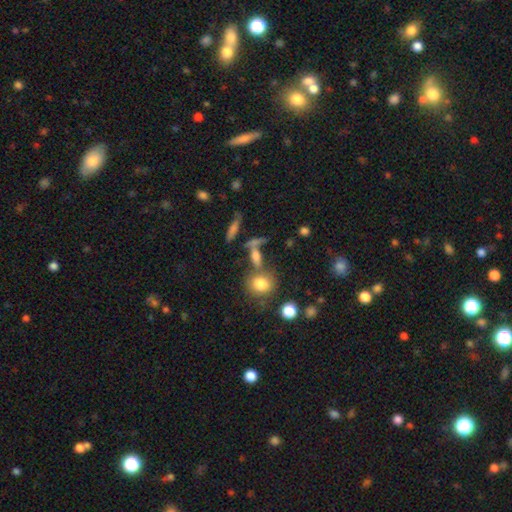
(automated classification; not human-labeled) Smooth or featured: smooth — 66% (featured or disk — 18%)
How rounded: in between — 42% (round — 38%)
Merging: none — 53% (merger — 27%)